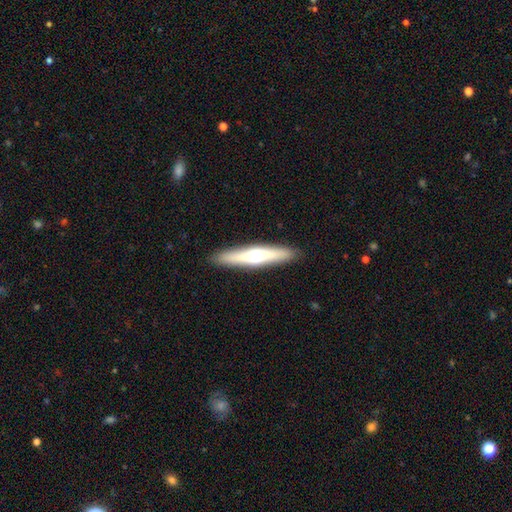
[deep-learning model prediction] A featured or disk galaxy (49%). Merging: none (90%).